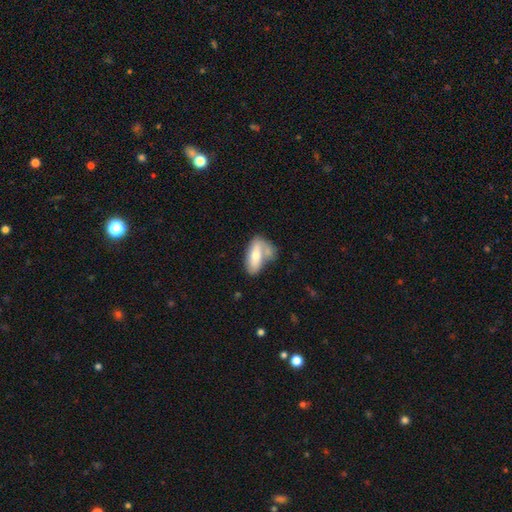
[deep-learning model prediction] Smooth or featured? Predicted: smooth (p=0.64). How rounded? Predicted: in between (p=0.82). Merging? Predicted: none (p=0.36, tied with merger).